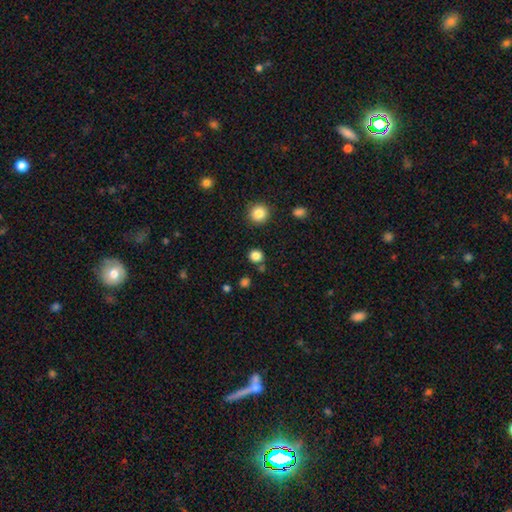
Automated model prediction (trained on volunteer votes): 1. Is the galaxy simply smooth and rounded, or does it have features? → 83% smooth, 13% star or artifact, 4% featured or disk.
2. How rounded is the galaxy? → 88% round, 11% in between, 1% cigar-shaped.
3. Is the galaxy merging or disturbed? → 83% none, 7% merger, 7% minor disturbance, 3% major disturbance.